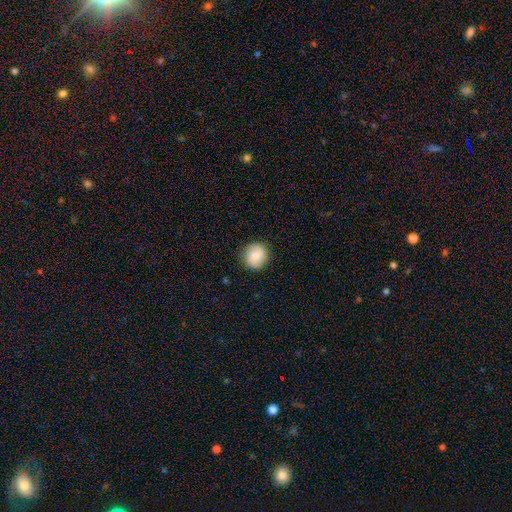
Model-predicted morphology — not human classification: Q: Smooth or featured?
A: smooth (76%); runner-up: featured or disk (17%)
Q: How rounded?
A: round (87%); runner-up: in between (12%)
Q: Merging?
A: none (88%); runner-up: minor disturbance (9%)